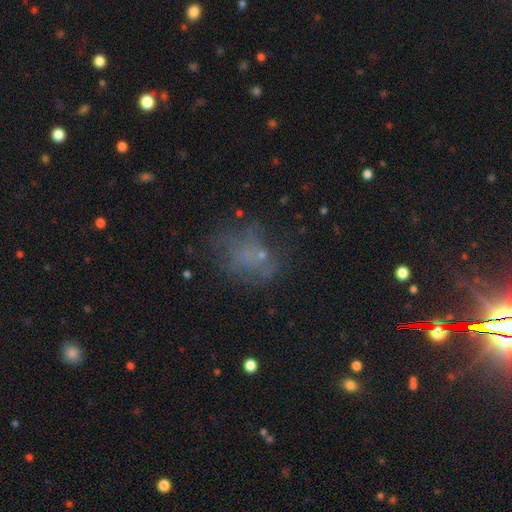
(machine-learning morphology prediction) Smooth or featured?
  - smooth: 43% *
  - featured or disk: 30%
  - star or artifact: 27%
Merging?
  - none: 52% *
  - major disturbance: 24%
  - minor disturbance: 20%
  - merger: 4%